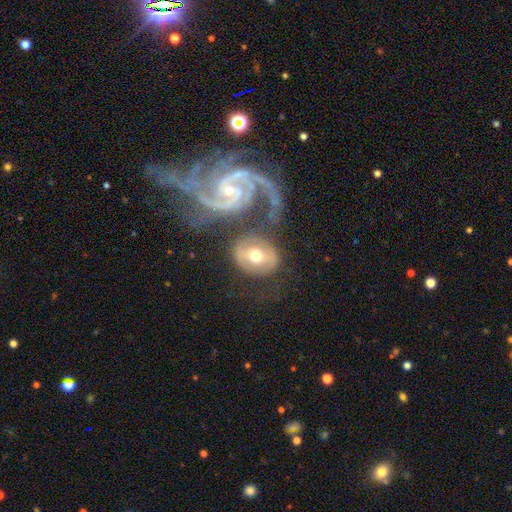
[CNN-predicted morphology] smooth-or-featured: featured or disk: 62% | smooth: 32% | star or artifact: 6%
  disk-edge-on: no: 94% | yes: 6%
    bar: weak: 38% | no: 32% | strong: 30%
    has-spiral-arms: yes: 80% | no: 20%
    bulge-size: moderate: 68% | small: 23% | large: 7% | dominant: 1% | none: 1%
  merging: none: 48% | merger: 24% | minor disturbance: 17% | major disturbance: 12%